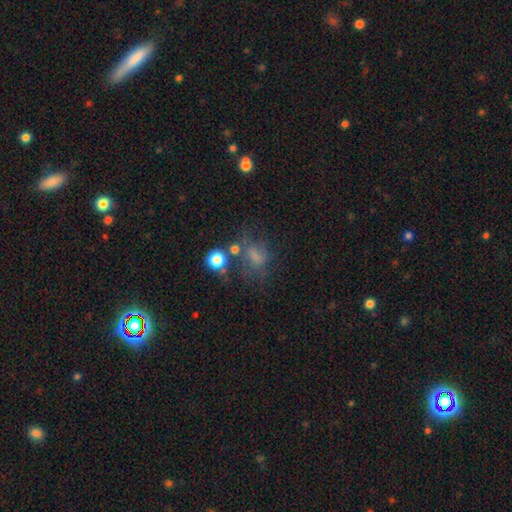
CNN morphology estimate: A smooth galaxy with no disk features (54%) that is in between round and cigar-shaped (52%).

Vote fractions:
- Smooth or featured? smooth: 54% / star or artifact: 24% / featured or disk: 22%
- How rounded? in between: 52% / round: 45% / cigar-shaped: 2%
- Merging? none: 42% / major disturbance: 26% / minor disturbance: 21% / merger: 12%